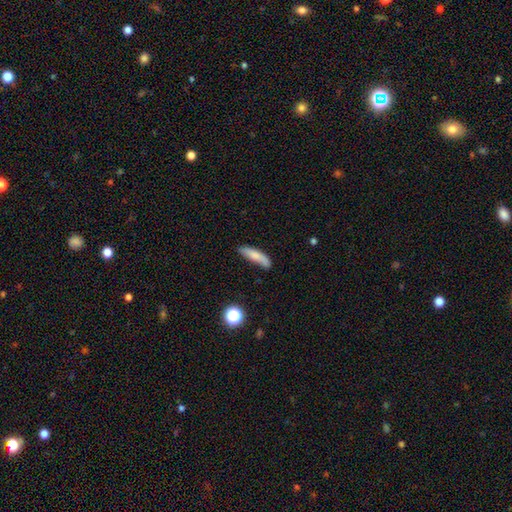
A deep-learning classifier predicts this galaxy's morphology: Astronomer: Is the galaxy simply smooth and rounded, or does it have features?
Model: smooth — 76%.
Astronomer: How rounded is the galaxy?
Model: cigar-shaped — 69%.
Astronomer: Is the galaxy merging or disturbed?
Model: none — 64%.